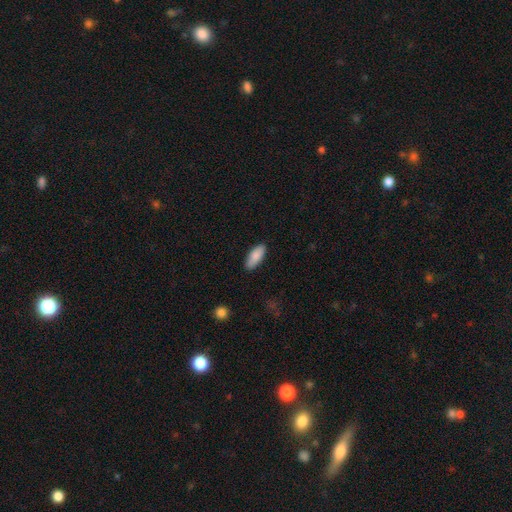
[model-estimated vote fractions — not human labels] smooth 87%, featured or disk 7%, star or artifact 6%. Down the decision tree: how rounded — in between (82%); merging — none (87%).